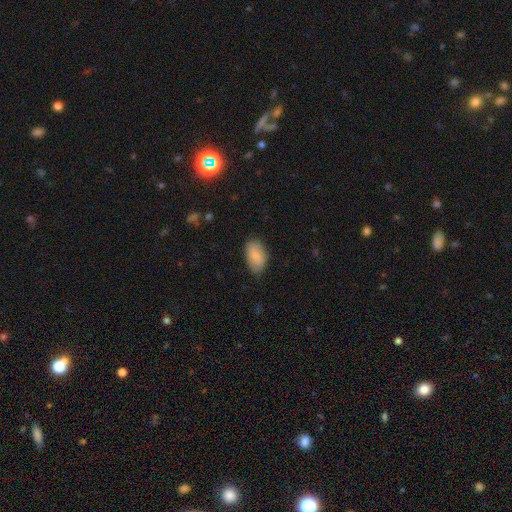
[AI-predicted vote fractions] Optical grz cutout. It shows a smooth galaxy with no disk features (85%) that is in between round and cigar-shaped (94%). Merging: none (75%).